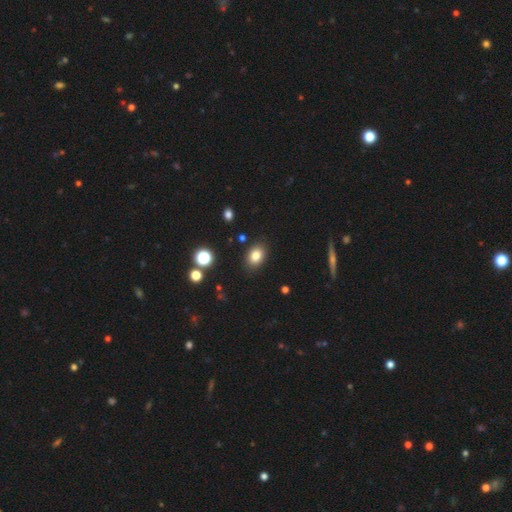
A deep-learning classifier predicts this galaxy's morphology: Smooth or featured? smooth (82%)
How rounded? in between (69%)
Merging? none (87%)